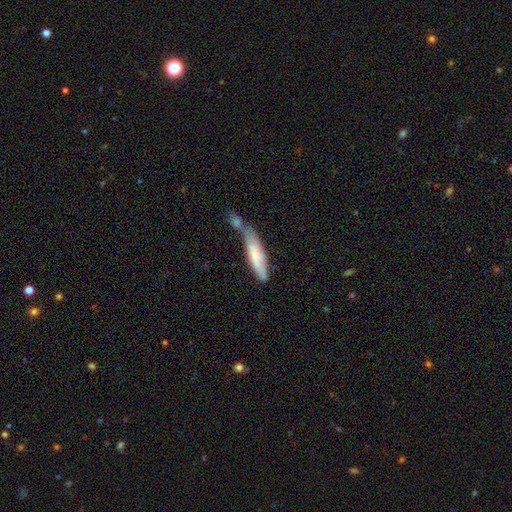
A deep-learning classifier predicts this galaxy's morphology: smooth_or_featured: smooth (p=0.64) [alt: featured or disk p=0.31]
how_rounded: cigar-shaped (p=0.75) [alt: in between p=0.24]
merging: merger (p=0.45) [alt: none p=0.27]